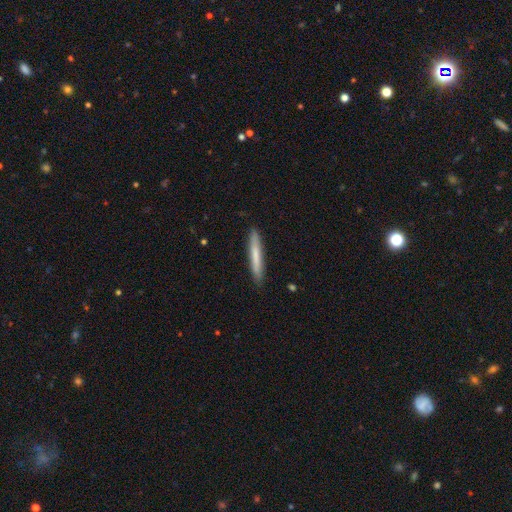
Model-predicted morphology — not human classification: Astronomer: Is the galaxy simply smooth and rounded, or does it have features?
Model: smooth — 70%.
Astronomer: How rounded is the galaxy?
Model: cigar-shaped — 95%.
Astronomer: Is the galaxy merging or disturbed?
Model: none — 89%.